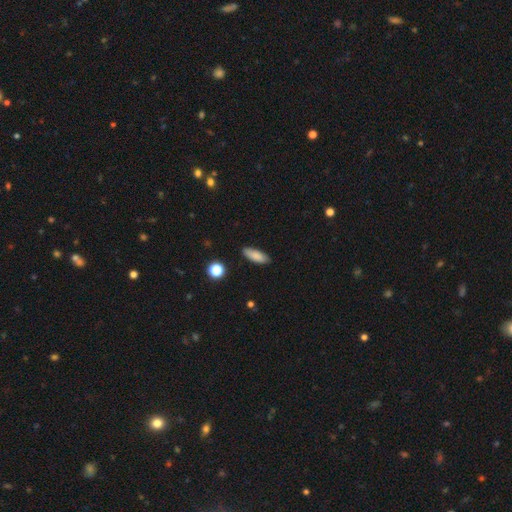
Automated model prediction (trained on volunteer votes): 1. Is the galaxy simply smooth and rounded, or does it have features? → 85% smooth, 8% star or artifact, 7% featured or disk.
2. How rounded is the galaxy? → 66% in between, 32% cigar-shaped, 3% round.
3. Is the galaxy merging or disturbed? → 87% none, 10% minor disturbance, 2% major disturbance, 1% merger.